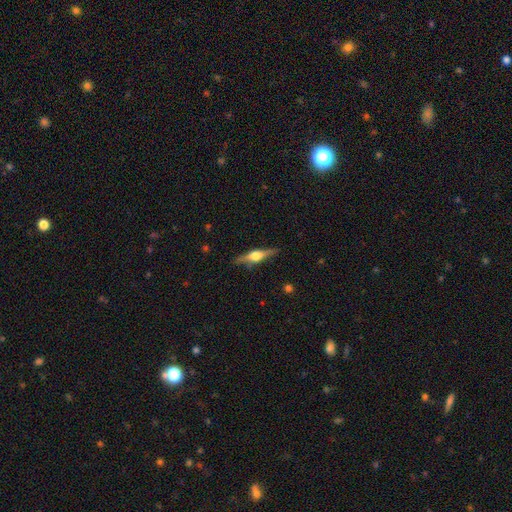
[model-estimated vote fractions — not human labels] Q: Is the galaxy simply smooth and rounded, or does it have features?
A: featured or disk — 72%.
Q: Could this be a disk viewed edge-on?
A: yes — 97%.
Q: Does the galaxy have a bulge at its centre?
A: rounded — 93%.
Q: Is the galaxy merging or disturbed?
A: none — 86%.